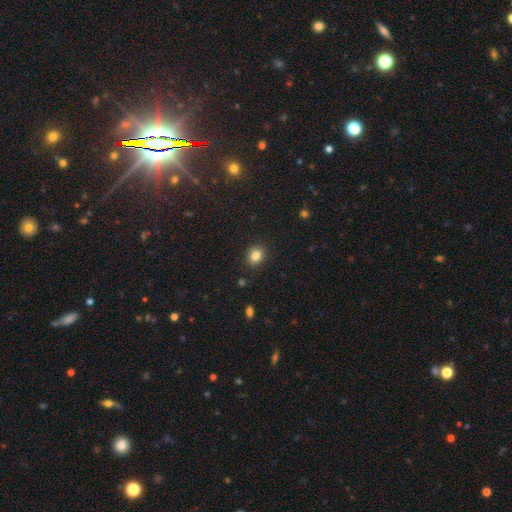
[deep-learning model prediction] A smooth galaxy with no disk features (83%) that is round (54%).

Vote fractions:
- Smooth or featured? smooth: 83% / star or artifact: 10% / featured or disk: 6%
- How rounded? round: 54% / in between: 45% / cigar-shaped: 1%
- Merging? none: 88% / minor disturbance: 8% / major disturbance: 2% / merger: 1%